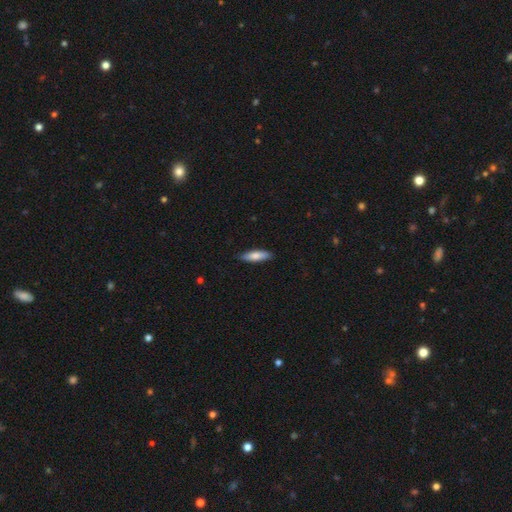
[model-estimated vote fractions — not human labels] smooth-or-featured: smooth: 77% | featured or disk: 17% | star or artifact: 5%
  how-rounded: cigar-shaped: 58% | in between: 40% | round: 2%
  merging: none: 88% | minor disturbance: 9% | major disturbance: 2% | merger: 1%